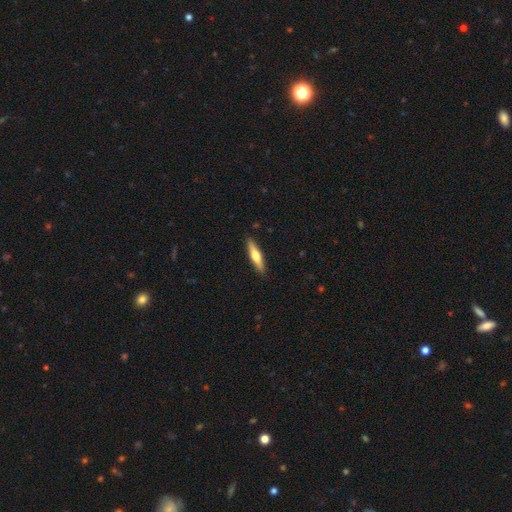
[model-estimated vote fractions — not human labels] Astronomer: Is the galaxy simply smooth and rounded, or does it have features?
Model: smooth — 49% (runner-up: featured or disk, 46%).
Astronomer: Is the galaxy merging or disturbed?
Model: none — 90%.